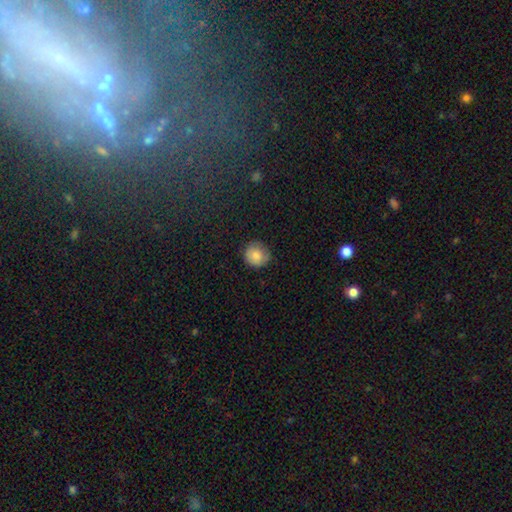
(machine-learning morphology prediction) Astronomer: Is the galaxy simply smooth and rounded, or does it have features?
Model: smooth — 84%.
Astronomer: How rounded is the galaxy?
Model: round — 90%.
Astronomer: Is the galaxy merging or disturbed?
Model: none — 81%.